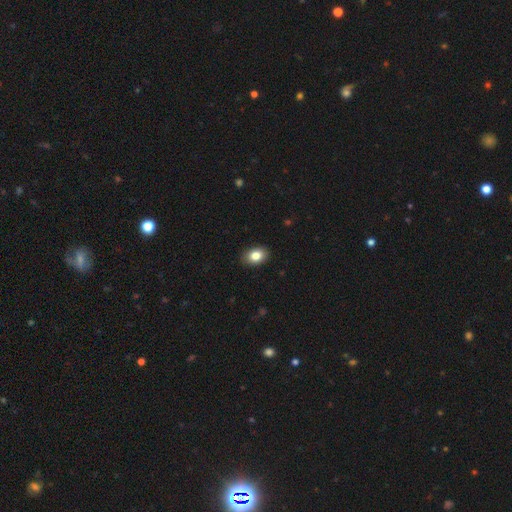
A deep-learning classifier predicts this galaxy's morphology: smooth-or-featured: smooth: 83% | featured or disk: 9% | star or artifact: 8%
  how-rounded: in between: 81% | round: 18% | cigar-shaped: 1%
  merging: none: 89% | minor disturbance: 8% | major disturbance: 2% | merger: 1%